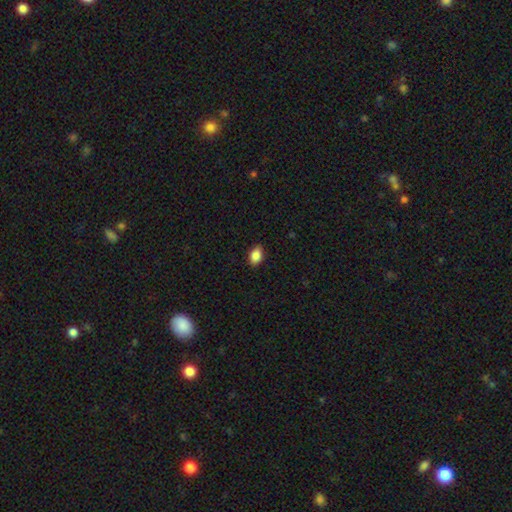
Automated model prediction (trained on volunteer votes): Overall: smooth (87%). How rounded: in between (84%). Merging: none (86%).